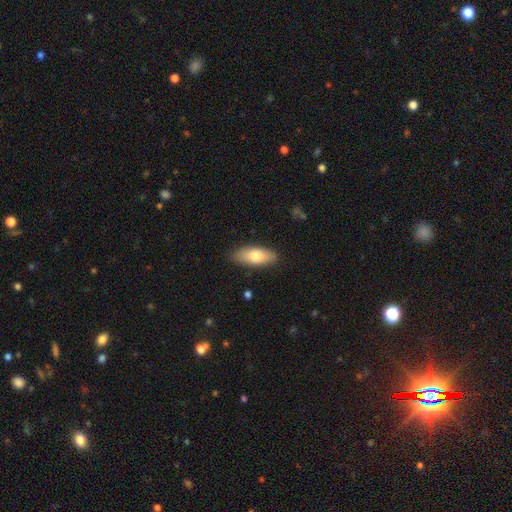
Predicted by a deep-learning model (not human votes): A smooth galaxy with no disk features (77%) that is in between round and cigar-shaped (77%).

Vote fractions:
- Smooth or featured? smooth: 77% / featured or disk: 18% / star or artifact: 6%
- How rounded? in between: 77% / cigar-shaped: 20% / round: 2%
- Merging? none: 86% / minor disturbance: 11% / major disturbance: 2% / merger: 1%